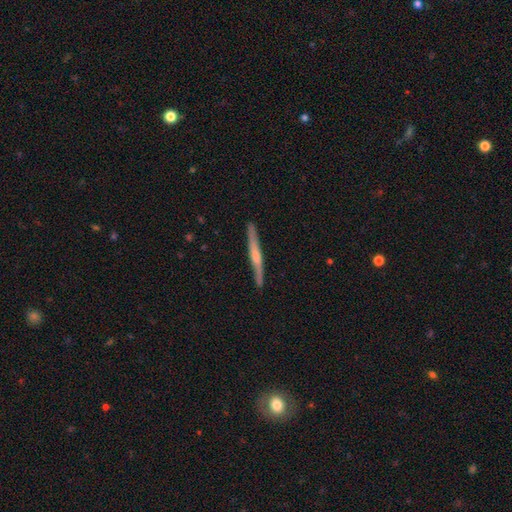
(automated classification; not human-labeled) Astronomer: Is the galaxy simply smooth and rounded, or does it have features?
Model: featured or disk — 65%.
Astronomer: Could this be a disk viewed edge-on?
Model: yes — 96%.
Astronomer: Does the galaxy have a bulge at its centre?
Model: rounded — 58%.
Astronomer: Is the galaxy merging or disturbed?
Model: none — 88%.